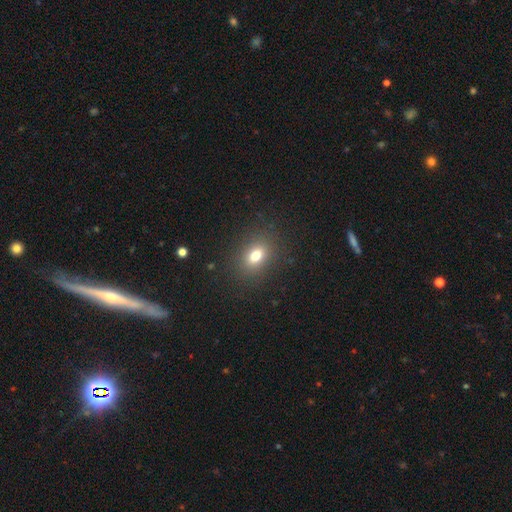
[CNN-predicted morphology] A smooth galaxy with no disk features (77%) that is in between round and cigar-shaped (68%). Merging: none (86%).